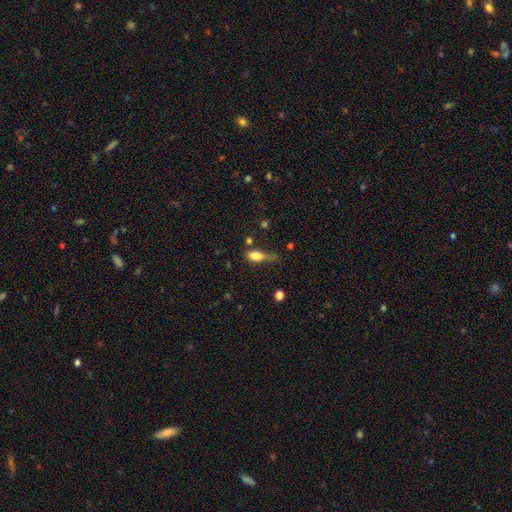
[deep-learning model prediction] smooth 76%, featured or disk 14%, star or artifact 10%. Down the decision tree: how rounded — in between (75%); merging — minor disturbance (33%).